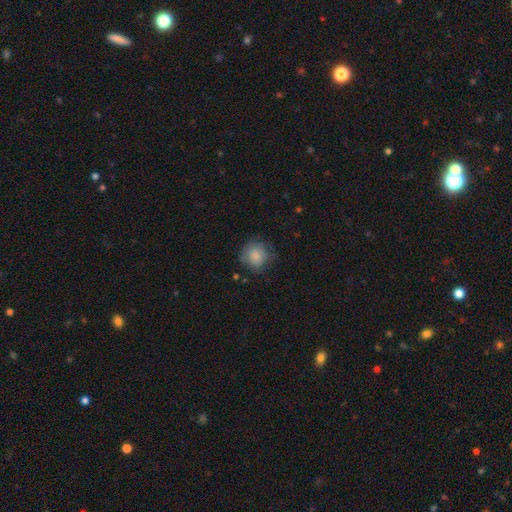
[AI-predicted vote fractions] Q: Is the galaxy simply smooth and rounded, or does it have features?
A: smooth — 85%.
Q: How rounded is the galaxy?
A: round — 86%.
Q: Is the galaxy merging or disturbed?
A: none — 71%.